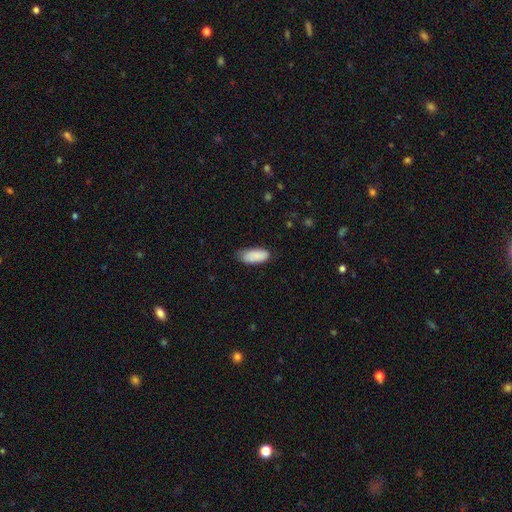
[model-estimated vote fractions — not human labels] Smooth or featured?
  - smooth: 87% *
  - featured or disk: 7%
  - star or artifact: 6%
How rounded?
  - in between: 86% *
  - cigar-shaped: 12%
  - round: 2%
Merging?
  - none: 62% *
  - minor disturbance: 31%
  - major disturbance: 6%
  - merger: 2%